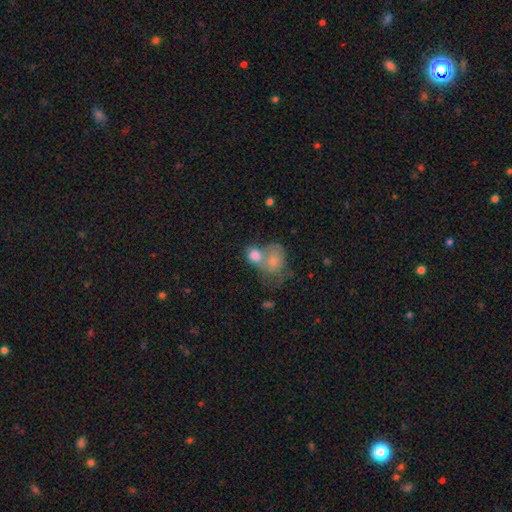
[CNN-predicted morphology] Smooth or featured? smooth (78%)
How rounded? round (49%, tied with in between)
Merging? merger (60%)